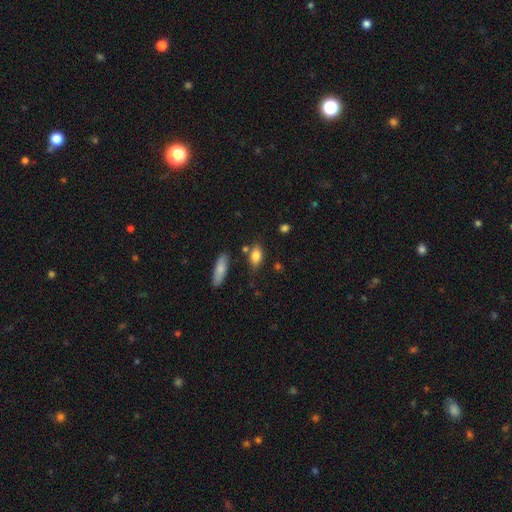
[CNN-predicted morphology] A smooth galaxy with no disk features (82%) that is in between round and cigar-shaped (83%). Merging: none (70%).